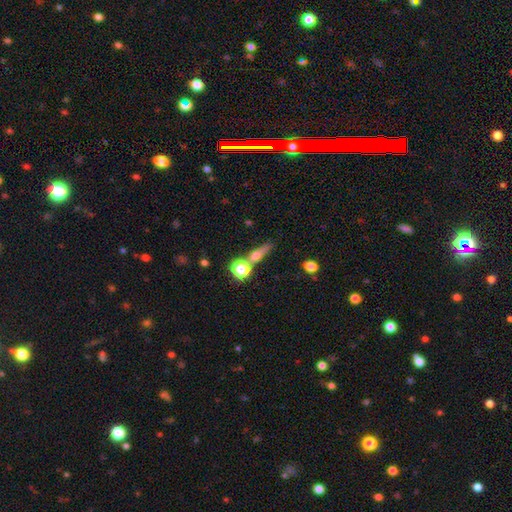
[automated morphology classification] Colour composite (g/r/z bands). It shows a smooth galaxy with no disk features (55%) that is cigar-shaped (47%). Merging: none (53%).